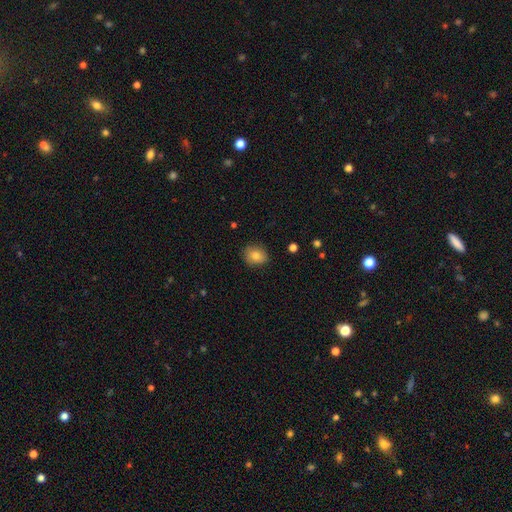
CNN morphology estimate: Smooth or featured?
  - smooth: 81% *
  - featured or disk: 10%
  - star or artifact: 9%
How rounded?
  - round: 64% *
  - in between: 35%
  - cigar-shaped: 1%
Merging?
  - none: 84% *
  - minor disturbance: 13%
  - major disturbance: 2%
  - merger: 1%